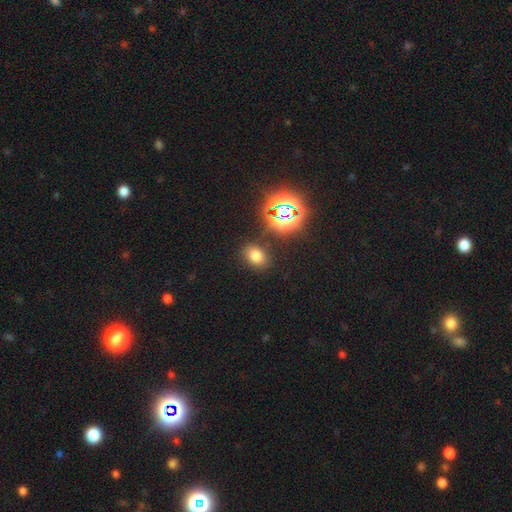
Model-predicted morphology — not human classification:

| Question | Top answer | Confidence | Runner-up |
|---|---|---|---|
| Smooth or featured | smooth | 68% | star or artifact (24%) |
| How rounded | in between | 67% | round (32%) |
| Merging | none | 83% | minor disturbance (10%) |